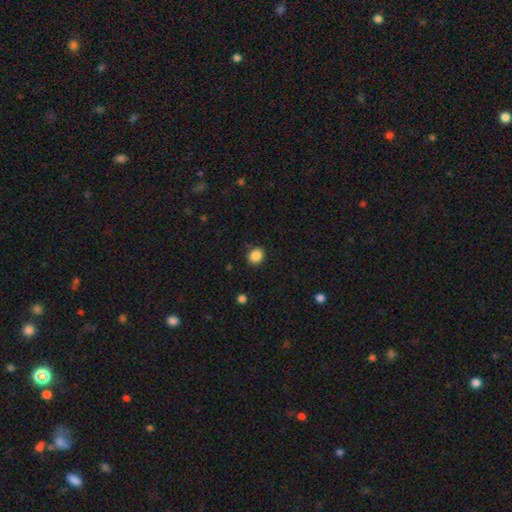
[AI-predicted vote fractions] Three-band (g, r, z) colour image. It shows a smooth galaxy with no disk features (87%) that is round (70%). Merging: none (88%).